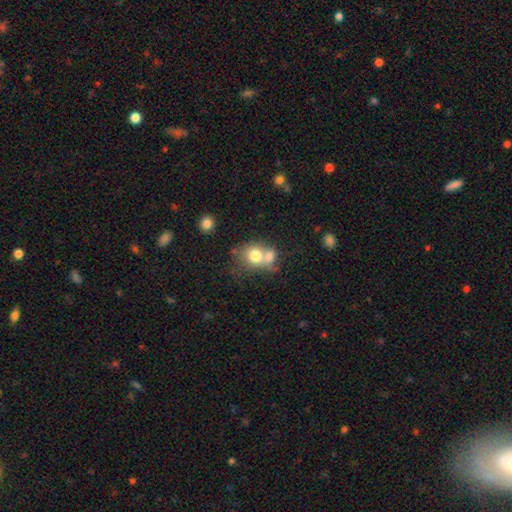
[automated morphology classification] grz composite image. It shows a smooth galaxy with no disk features (74%) that is round (66%). Merging: merger (59%).